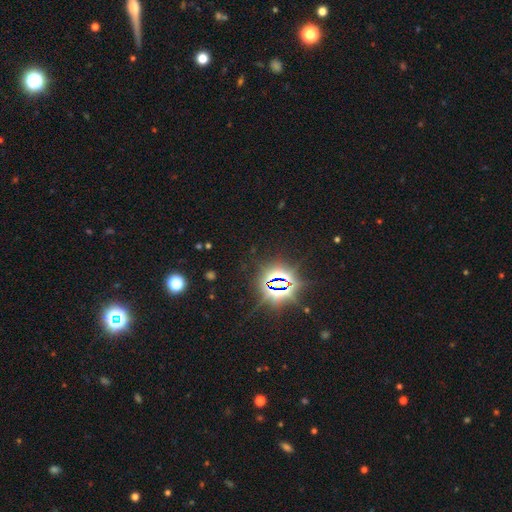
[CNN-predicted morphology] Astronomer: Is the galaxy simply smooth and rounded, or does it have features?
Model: star or artifact — 83%.